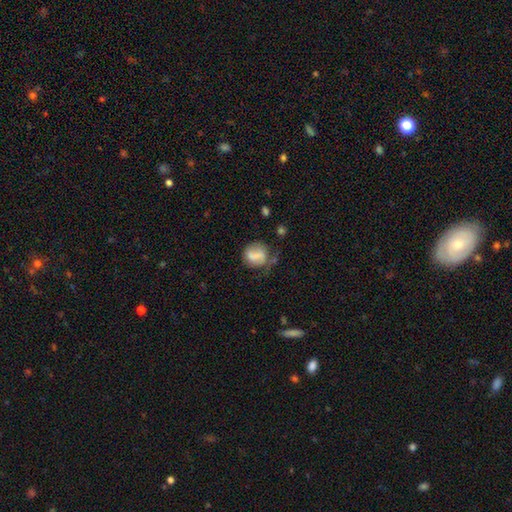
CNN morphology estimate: smooth 66%, featured or disk 25%, star or artifact 9%. Down the decision tree: how rounded — round (68%); merging — none (42%).